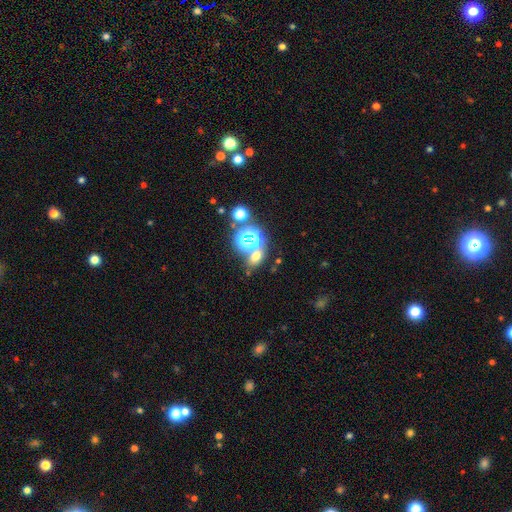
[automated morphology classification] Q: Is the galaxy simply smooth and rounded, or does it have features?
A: smooth — 56%.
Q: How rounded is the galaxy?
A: in between — 52%.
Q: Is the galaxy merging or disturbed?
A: none — 62%.